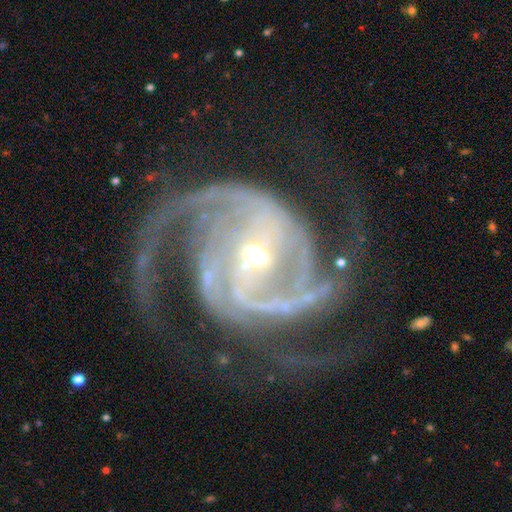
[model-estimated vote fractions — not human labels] smooth-or-featured: featured or disk: 92% | star or artifact: 5% | smooth: 3%
  disk-edge-on: no: 98% | yes: 2%
    bar: weak: 39% | strong: 33% | no: 28%
    has-spiral-arms: yes: 98% | no: 2%
      spiral-winding: medium: 49% | tight: 31% | loose: 20%
      spiral-arm-count: 2: 64% | 3: 11% | can't tell: 8% | 4: 6% | 1: 5% | more than 4: 5%
    bulge-size: small: 71% | moderate: 25% | large: 2% | none: 1% | dominant: 1%
  merging: none: 49% | major disturbance: 28% | minor disturbance: 18% | merger: 5%